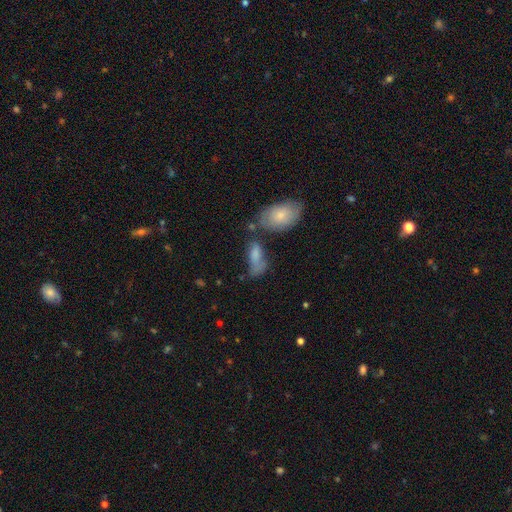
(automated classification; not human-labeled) Morphology: type=smooth (72%); roundness=in between (81%); merging=none (34%).